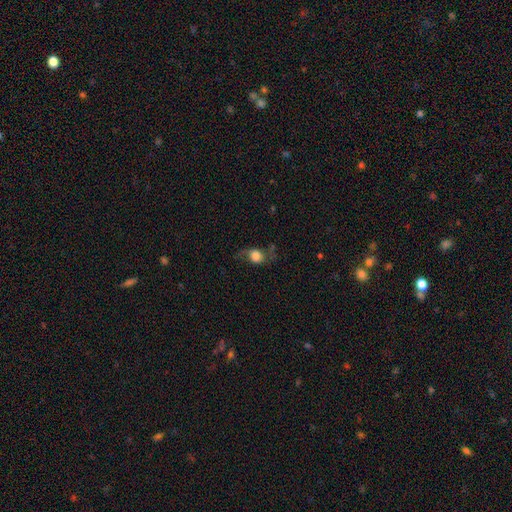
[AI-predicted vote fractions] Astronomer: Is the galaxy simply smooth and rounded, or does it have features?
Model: smooth — 57% (runner-up: featured or disk, 33%).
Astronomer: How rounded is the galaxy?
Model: round — 57% (runner-up: in between, 41%).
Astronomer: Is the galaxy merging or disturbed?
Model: none — 52%.